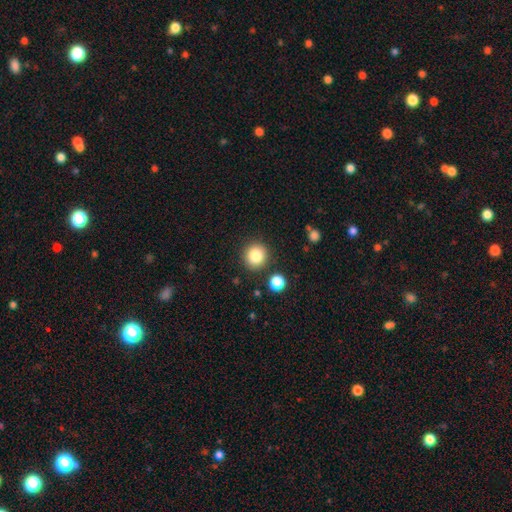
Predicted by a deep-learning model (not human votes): smooth_or_featured: smooth (p=0.83) [alt: star or artifact p=0.10]
how_rounded: round (p=0.92) [alt: in between p=0.07]
merging: none (p=0.87) [alt: minor disturbance p=0.07]